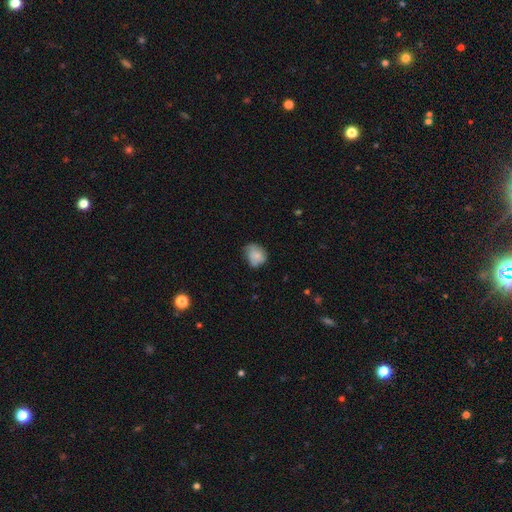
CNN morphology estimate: smooth_or_featured: smooth (p=0.73) [alt: featured or disk p=0.18]
how_rounded: round (p=0.55) [alt: in between p=0.44]
merging: none (p=0.47) [alt: minor disturbance p=0.38]